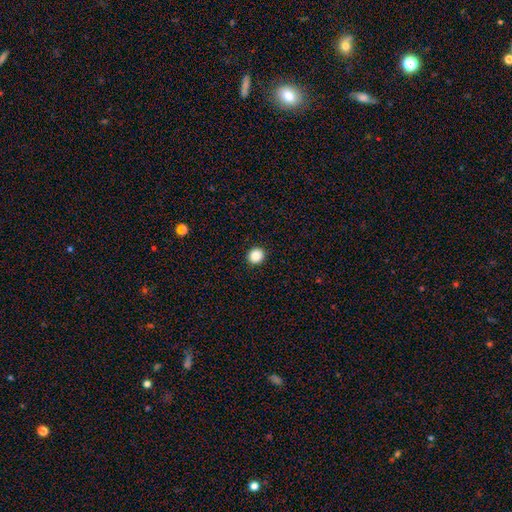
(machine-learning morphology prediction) Smooth or featured? smooth (88%)
How rounded? round (85%)
Merging? none (93%)